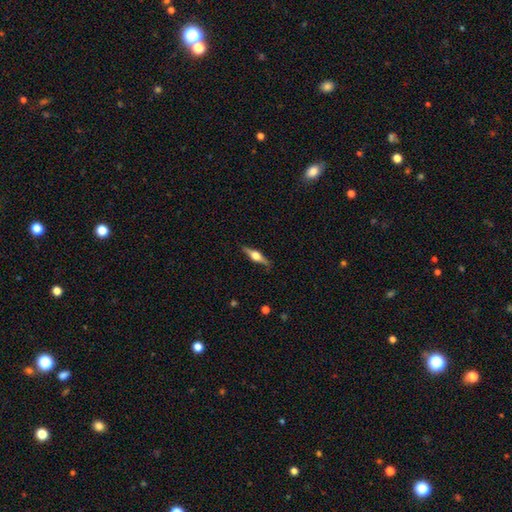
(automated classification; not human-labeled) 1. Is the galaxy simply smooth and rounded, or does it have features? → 71% featured or disk, 23% smooth, 6% star or artifact.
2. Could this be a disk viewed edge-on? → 97% yes, 3% no.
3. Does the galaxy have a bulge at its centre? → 94% rounded, 4% boxy, 1% none.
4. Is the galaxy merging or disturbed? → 87% none, 10% minor disturbance, 2% major disturbance, 1% merger.